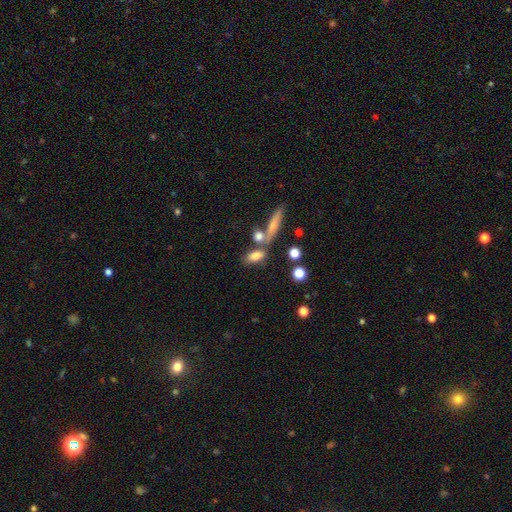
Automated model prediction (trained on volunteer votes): This is likely a smooth galaxy (76%). How rounded: likely in between (74%). Merging: possibly none (57%).